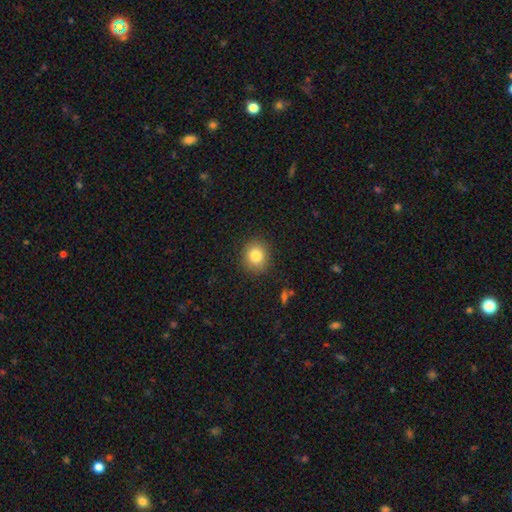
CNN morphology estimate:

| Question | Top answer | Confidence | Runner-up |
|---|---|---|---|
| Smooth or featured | smooth | 82% | star or artifact (11%) |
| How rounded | round | 81% | in between (18%) |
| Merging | none | 89% | minor disturbance (8%) |